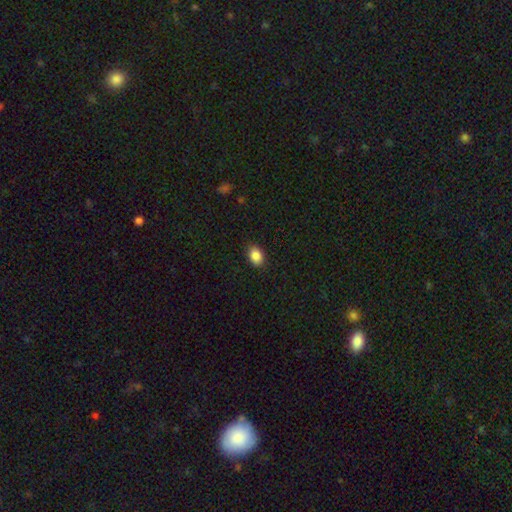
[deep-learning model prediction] Smooth or featured? Predicted: smooth (p=0.88). How rounded? Predicted: in between (p=0.78). Merging? Predicted: none (p=0.89).